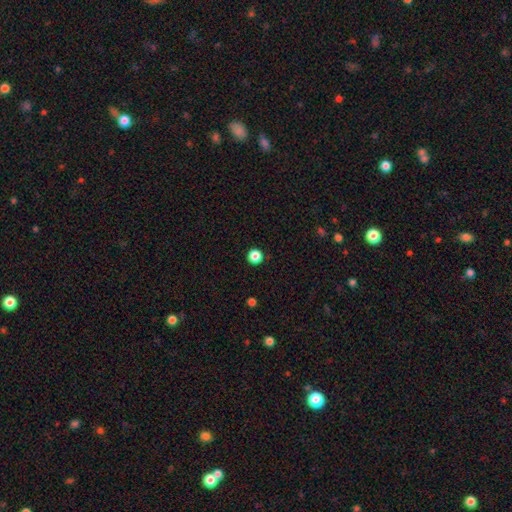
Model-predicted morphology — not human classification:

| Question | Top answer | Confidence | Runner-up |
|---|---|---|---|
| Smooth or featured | smooth | 85% | star or artifact (12%) |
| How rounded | round | 96% | in between (3%) |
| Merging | none | 93% | minor disturbance (4%) |